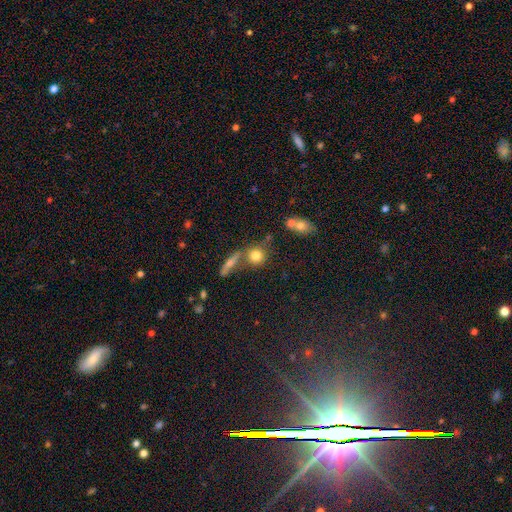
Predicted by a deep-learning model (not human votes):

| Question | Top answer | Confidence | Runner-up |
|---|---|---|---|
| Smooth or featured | smooth | 76% | featured or disk (12%) |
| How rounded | round | 84% | in between (12%) |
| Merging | none | 60% | merger (24%) |